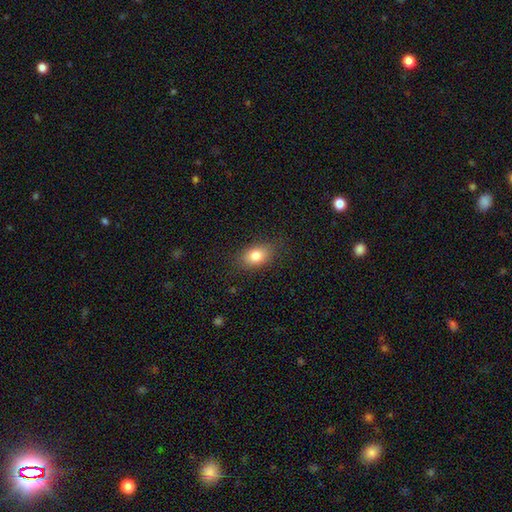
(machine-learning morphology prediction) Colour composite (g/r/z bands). It shows a smooth galaxy with no disk features (82%) that is in between round and cigar-shaped (83%). Merging: none (83%).